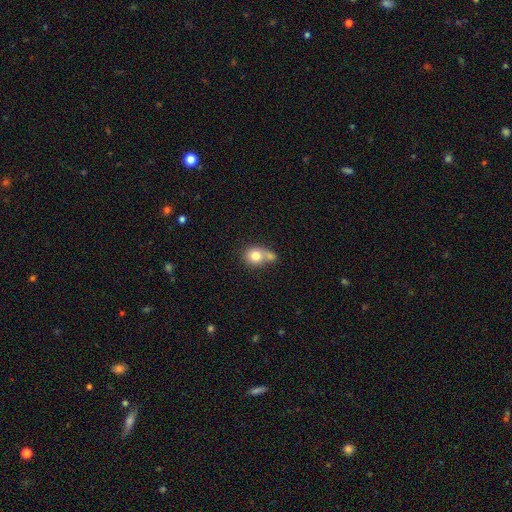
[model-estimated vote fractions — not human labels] Smooth or featured: smooth — 77% (featured or disk — 14%)
How rounded: round — 72% (in between — 27%)
Merging: merger — 49% (none — 32%)